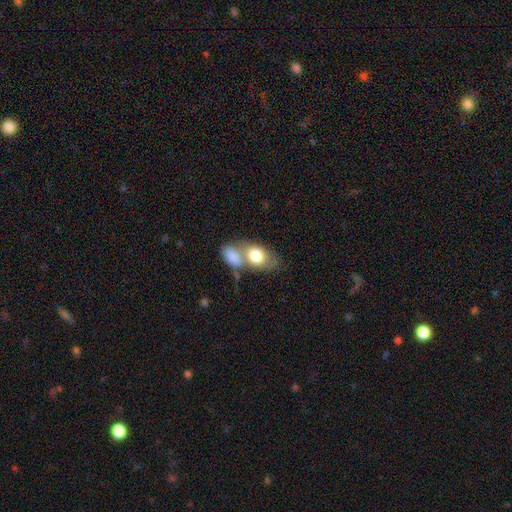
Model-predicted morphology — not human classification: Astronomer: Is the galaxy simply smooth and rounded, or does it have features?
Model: smooth — 76%.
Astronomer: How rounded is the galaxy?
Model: in between — 82%.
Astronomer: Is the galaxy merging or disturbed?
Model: merger — 62%.